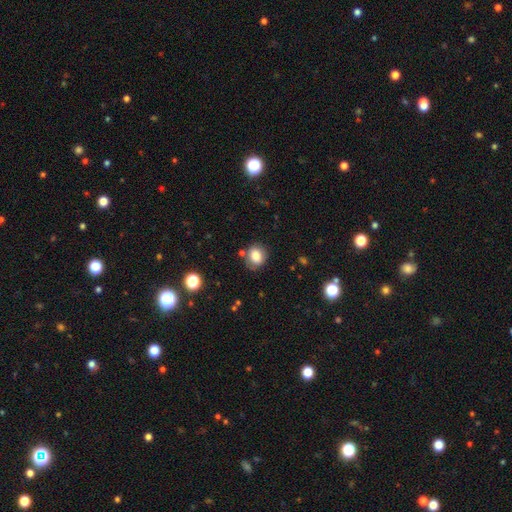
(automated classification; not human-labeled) Smooth or featured?
  - smooth: 81% *
  - star or artifact: 10%
  - featured or disk: 9%
How rounded?
  - round: 66% *
  - in between: 33%
  - cigar-shaped: 1%
Merging?
  - none: 76% *
  - minor disturbance: 15%
  - merger: 4%
  - major disturbance: 4%